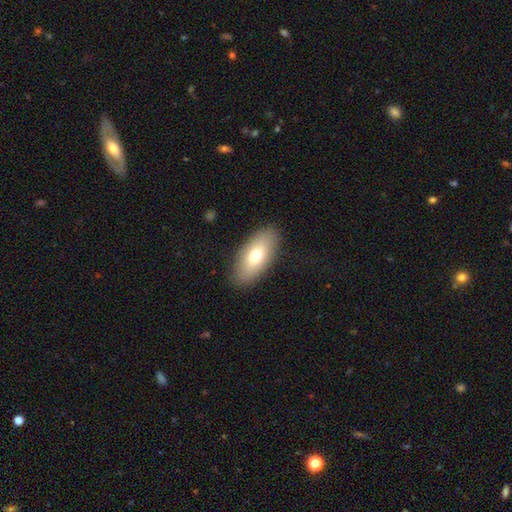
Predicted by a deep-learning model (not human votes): Smooth or featured? smooth (73%)
How rounded? in between (89%)
Merging? none (88%)